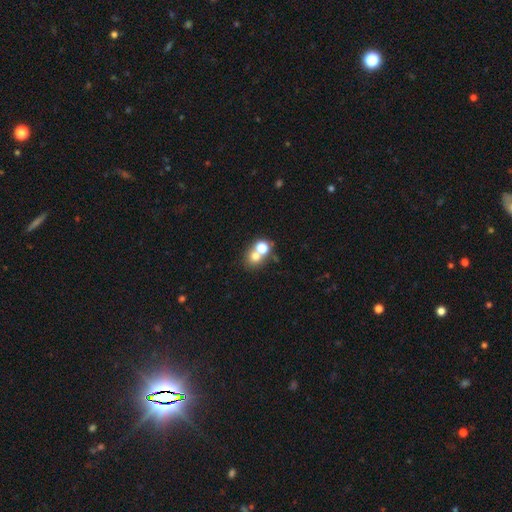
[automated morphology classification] A smooth galaxy with no disk features (69%) that is round (75%). Merging: merger (49%).